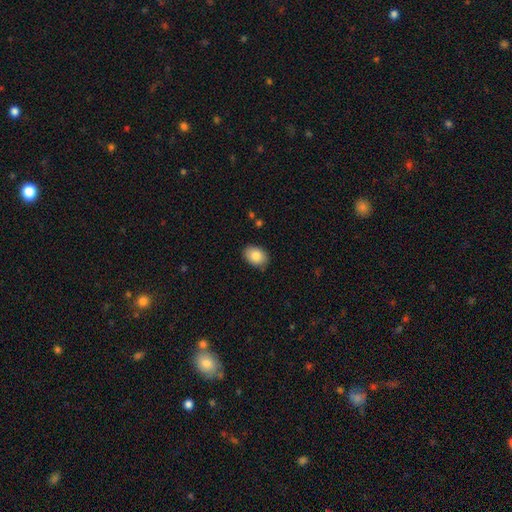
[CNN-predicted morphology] Smooth or featured? Predicted: smooth (p=0.84). How rounded? Predicted: in between (p=0.80). Merging? Predicted: none (p=0.83).